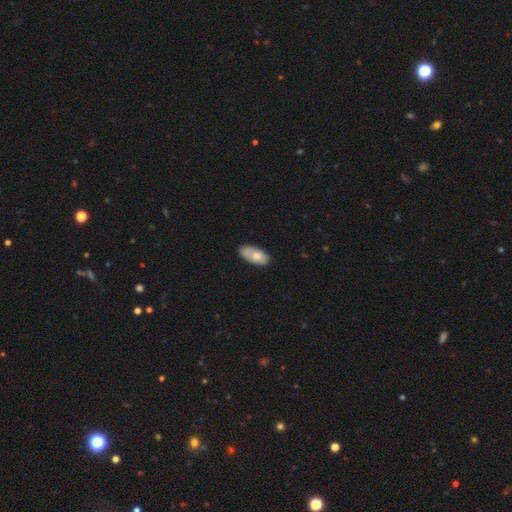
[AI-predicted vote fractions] This is likely a smooth galaxy (72%). How rounded: clearly in between (91%). Merging: likely none (69%).